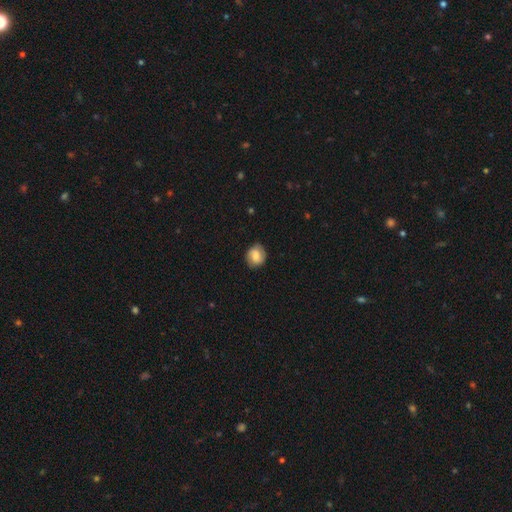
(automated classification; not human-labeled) Q: Smooth or featured?
A: smooth (58%); runner-up: featured or disk (33%)
Q: How rounded?
A: round (67%); runner-up: in between (32%)
Q: Merging?
A: none (82%); runner-up: minor disturbance (14%)